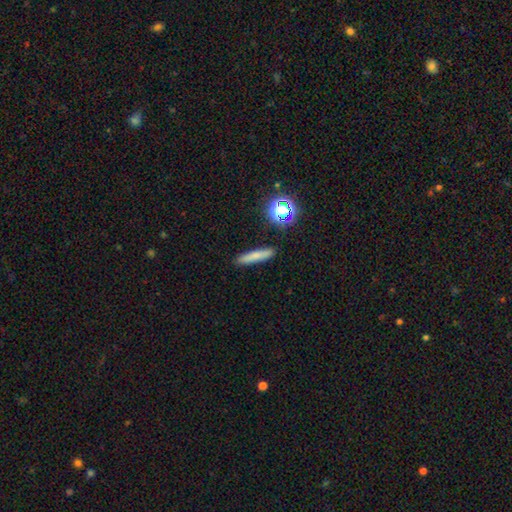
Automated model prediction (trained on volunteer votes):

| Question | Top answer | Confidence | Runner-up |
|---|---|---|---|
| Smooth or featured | smooth | 74% | featured or disk (14%) |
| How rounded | cigar-shaped | 88% | in between (9%) |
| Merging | none | 89% | minor disturbance (7%) |